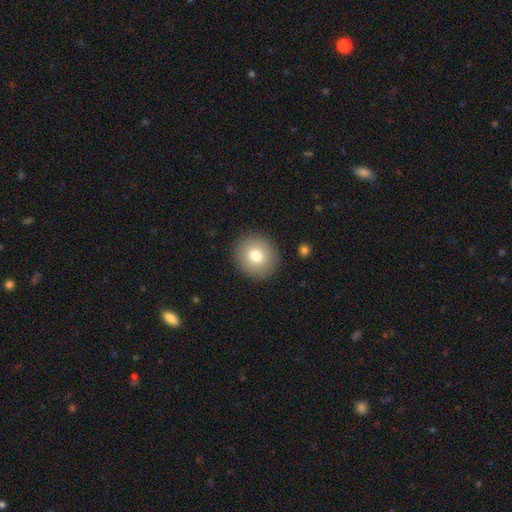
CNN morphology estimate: smooth_or_featured: smooth (p=0.77) [alt: featured or disk p=0.13]
how_rounded: round (p=0.89) [alt: in between p=0.10]
merging: none (p=0.91) [alt: minor disturbance p=0.06]